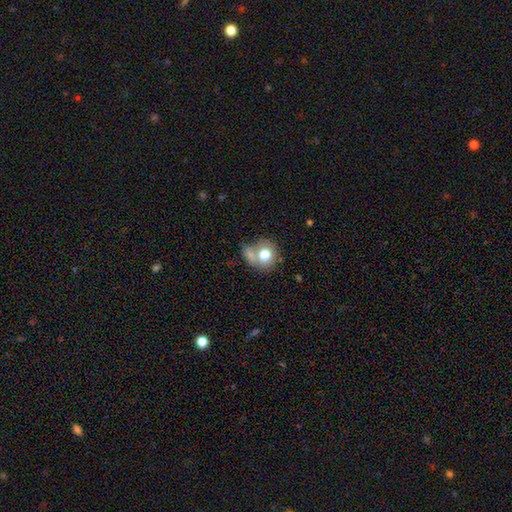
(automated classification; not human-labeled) A smooth galaxy with no disk features (70%) that is round (79%).

Vote fractions:
- Smooth or featured? smooth: 70% / featured or disk: 19% / star or artifact: 12%
- How rounded? round: 79% / in between: 20% / cigar-shaped: 1%
- Merging? none: 43% / merger: 34% / minor disturbance: 14% / major disturbance: 9%